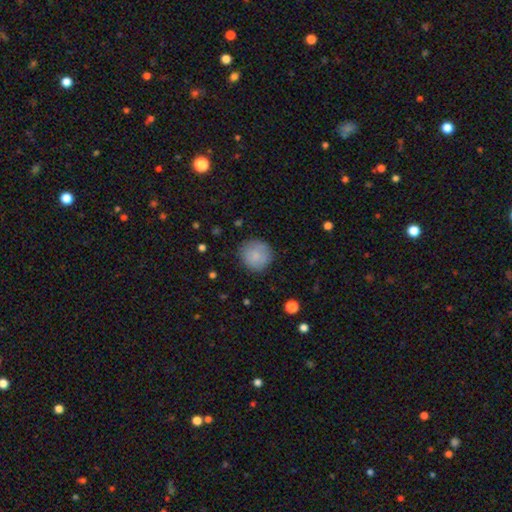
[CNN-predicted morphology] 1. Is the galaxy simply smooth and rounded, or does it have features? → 84% smooth, 9% featured or disk, 7% star or artifact.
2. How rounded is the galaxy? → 94% round, 5% in between, 1% cigar-shaped.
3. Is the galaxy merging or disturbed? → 84% none, 12% minor disturbance, 3% major disturbance, 1% merger.